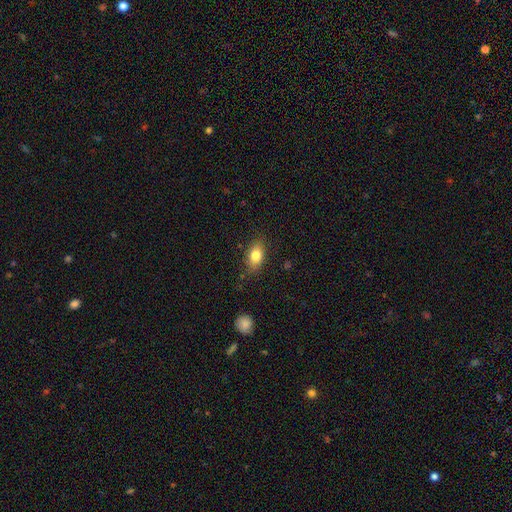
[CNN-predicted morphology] smooth 80%, featured or disk 12%, star or artifact 8%. Down the decision tree: how rounded — in between (85%); merging — none (82%).